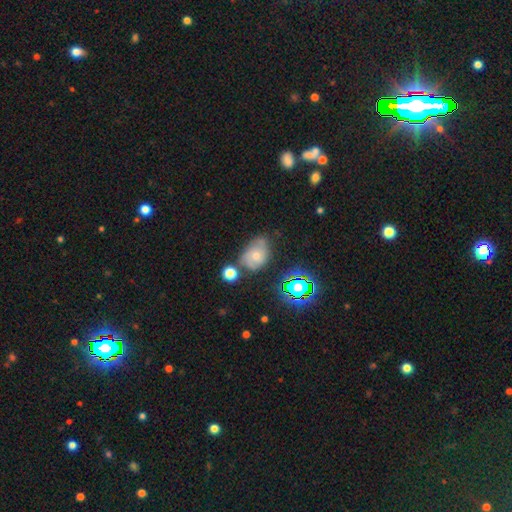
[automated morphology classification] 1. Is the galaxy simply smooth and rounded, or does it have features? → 44% smooth, 38% featured or disk, 18% star or artifact.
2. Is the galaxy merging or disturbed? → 44% none, 32% minor disturbance, 12% merger, 12% major disturbance.